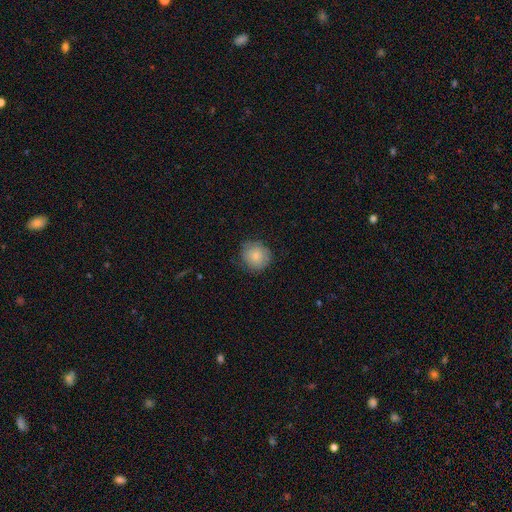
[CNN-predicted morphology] A smooth galaxy with no disk features (80%) that is round (89%).

Vote fractions:
- Smooth or featured? smooth: 80% / featured or disk: 13% / star or artifact: 7%
- How rounded? round: 89% / in between: 11% / cigar-shaped: 1%
- Merging? none: 77% / minor disturbance: 18% / major disturbance: 5% / merger: 1%